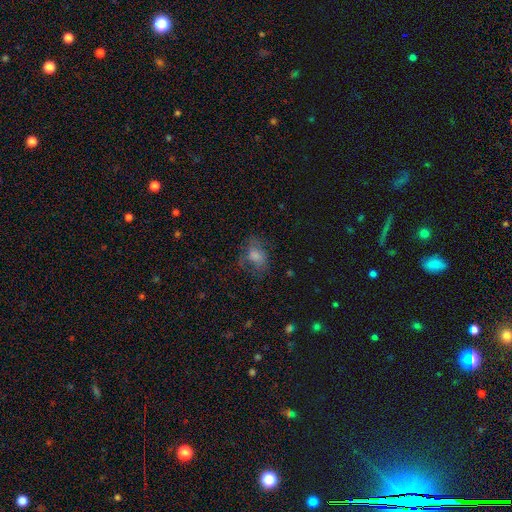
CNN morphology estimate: A smooth galaxy with no disk features (62%) that is in between round and cigar-shaped (76%).

Vote fractions:
- Smooth or featured? smooth: 62% / featured or disk: 25% / star or artifact: 13%
- How rounded? in between: 76% / round: 22% / cigar-shaped: 2%
- Merging? none: 47% / major disturbance: 27% / minor disturbance: 23% / merger: 2%